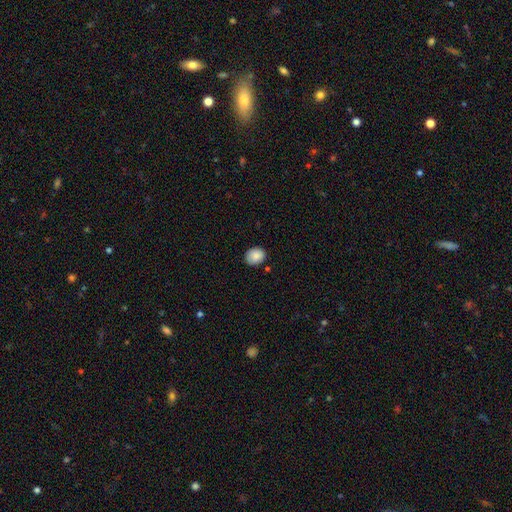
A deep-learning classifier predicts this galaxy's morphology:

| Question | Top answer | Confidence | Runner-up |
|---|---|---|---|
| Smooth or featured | smooth | 87% | star or artifact (8%) |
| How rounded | round | 58% | in between (41%) |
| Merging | none | 82% | minor disturbance (14%) |